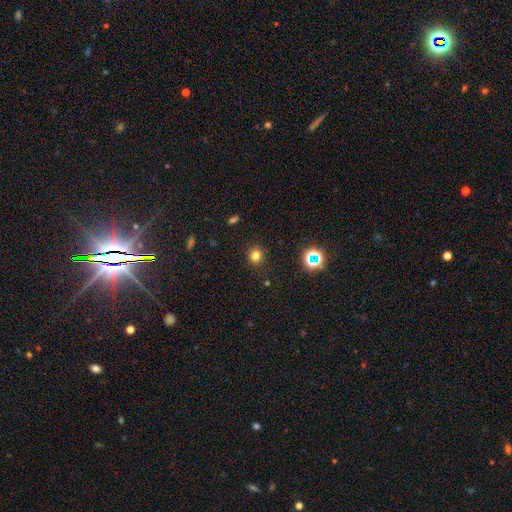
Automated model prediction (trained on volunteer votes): Smooth or featured? Predicted: smooth (p=0.76). How rounded? Predicted: round (p=0.89). Merging? Predicted: none (p=0.89).